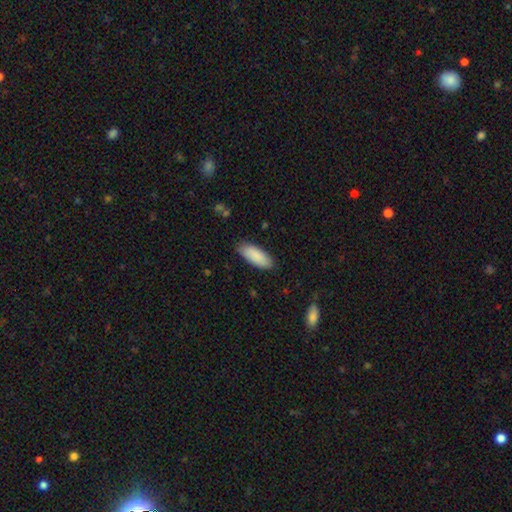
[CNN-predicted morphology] Q: Smooth or featured?
A: smooth (90%); runner-up: star or artifact (6%)
Q: How rounded?
A: in between (79%); runner-up: cigar-shaped (20%)
Q: Merging?
A: none (84%); runner-up: minor disturbance (12%)